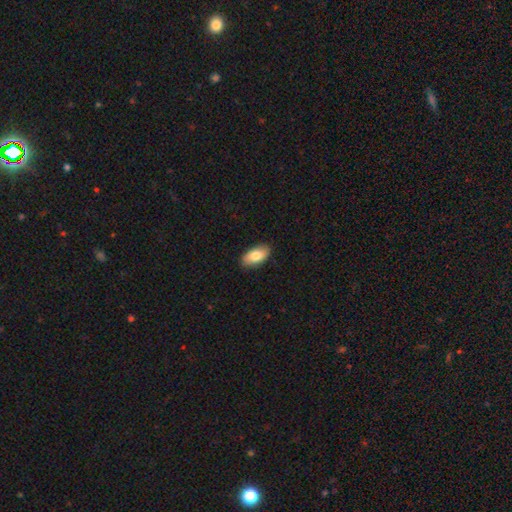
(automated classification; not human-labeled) smooth-or-featured: smooth: 81% | featured or disk: 13% | star or artifact: 6%
  how-rounded: in between: 94% | round: 3% | cigar-shaped: 3%
  merging: none: 89% | minor disturbance: 9% | major disturbance: 2% | merger: 1%